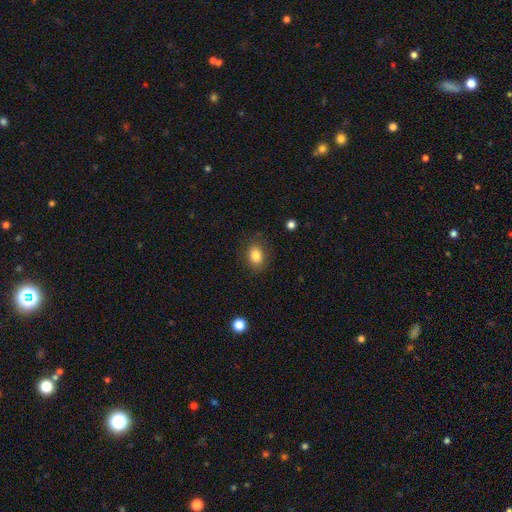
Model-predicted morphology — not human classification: This is clearly a smooth galaxy (84%). How rounded: likely in between (69%). Merging: clearly none (81%).